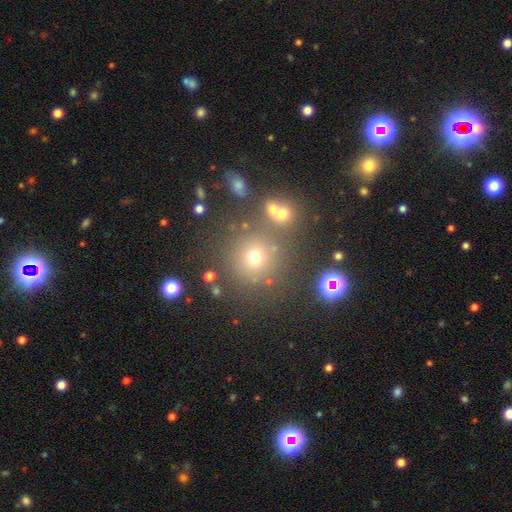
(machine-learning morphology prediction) Q: Smooth or featured?
A: smooth (60%); runner-up: star or artifact (28%)
Q: How rounded?
A: round (93%); runner-up: in between (6%)
Q: Merging?
A: none (77%); runner-up: merger (10%)